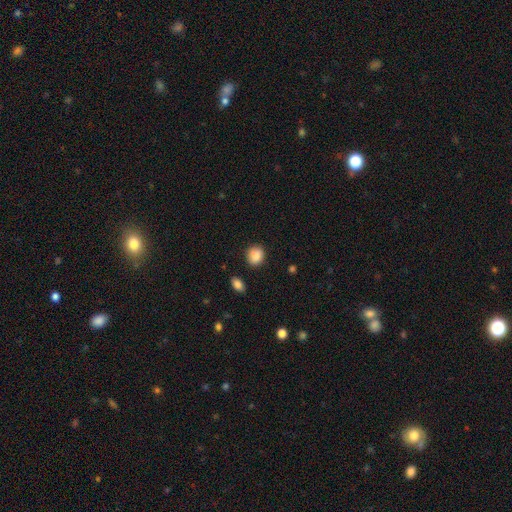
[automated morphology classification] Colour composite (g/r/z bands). It shows a smooth galaxy with no disk features (87%) that is round (74%). Merging: none (87%).